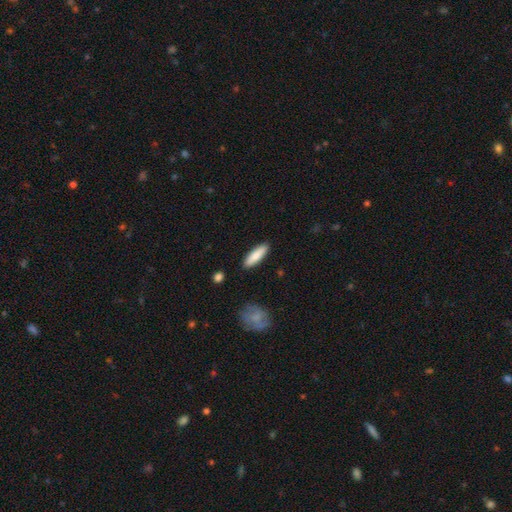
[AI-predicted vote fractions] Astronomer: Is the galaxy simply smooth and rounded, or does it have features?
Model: smooth — 83%.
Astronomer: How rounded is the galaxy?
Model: cigar-shaped — 60% (runner-up: in between, 39%).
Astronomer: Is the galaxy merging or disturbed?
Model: none — 89%.